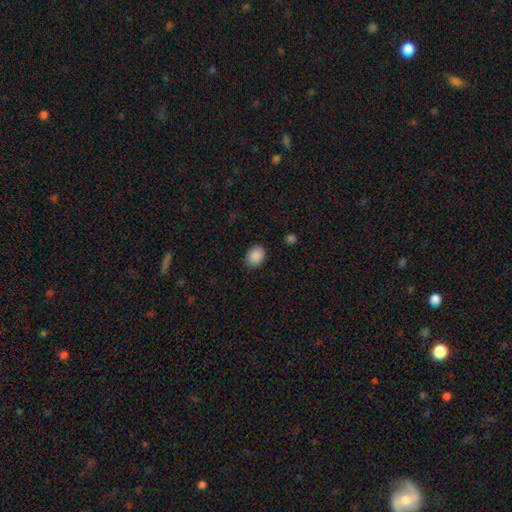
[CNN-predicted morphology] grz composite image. It shows a smooth galaxy with no disk features (89%) that is in between round and cigar-shaped (54%). Merging: none (86%).